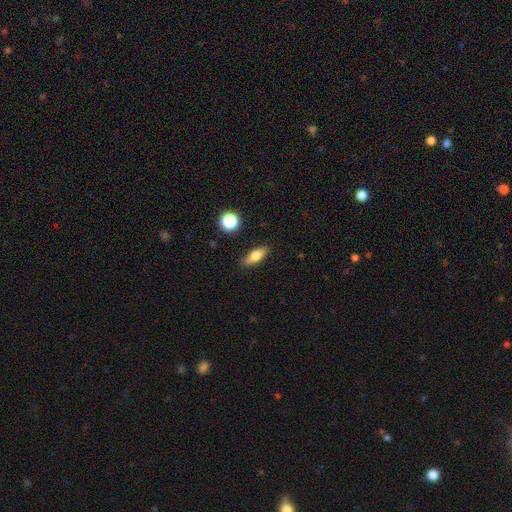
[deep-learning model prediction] A smooth galaxy with no disk features (70%) that is in between round and cigar-shaped (61%).

Vote fractions:
- Smooth or featured? smooth: 70% / featured or disk: 22% / star or artifact: 8%
- How rounded? in between: 61% / cigar-shaped: 33% / round: 6%
- Merging? none: 86% / minor disturbance: 10% / major disturbance: 2% / merger: 2%